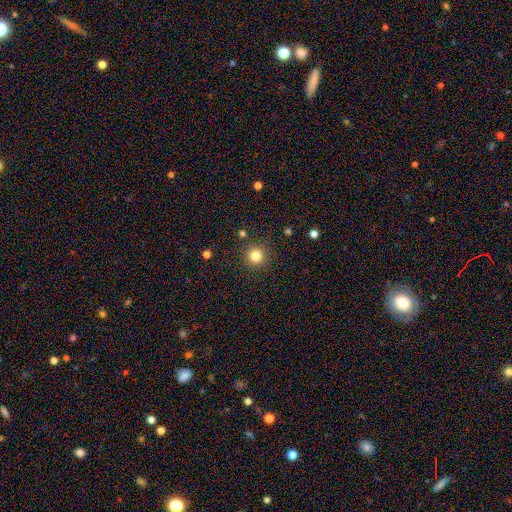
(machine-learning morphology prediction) A smooth galaxy with no disk features (81%) that is round (94%). Merging: none (89%).